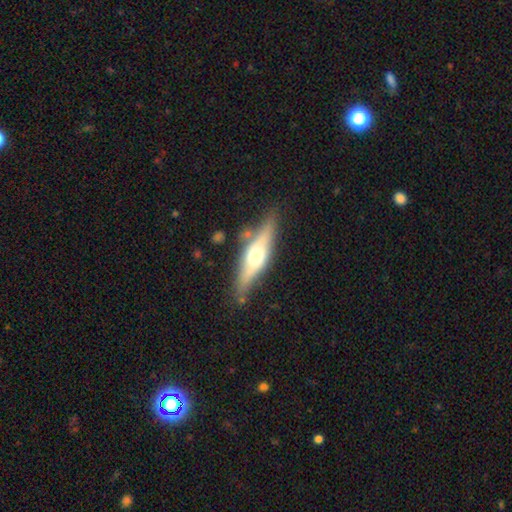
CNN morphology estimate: smooth-or-featured: featured or disk: 62% | smooth: 32% | star or artifact: 6%
  disk-edge-on: yes: 89% | no: 11%
    edge-on-bulge: rounded: 89% | boxy: 8% | none: 3%
  merging: none: 76% | minor disturbance: 15% | merger: 5% | major disturbance: 4%